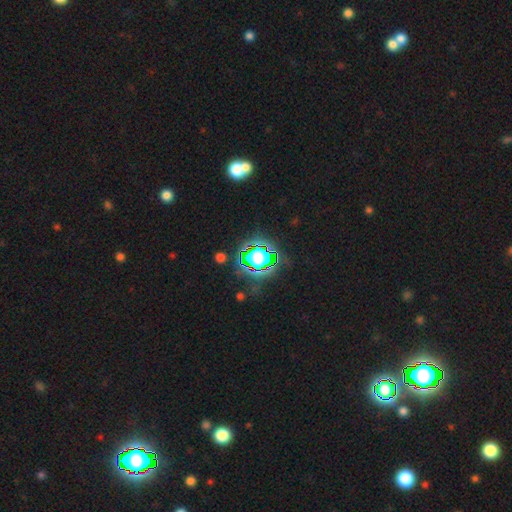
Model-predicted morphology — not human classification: Smooth or featured: star or artifact — 81% (smooth — 12%)